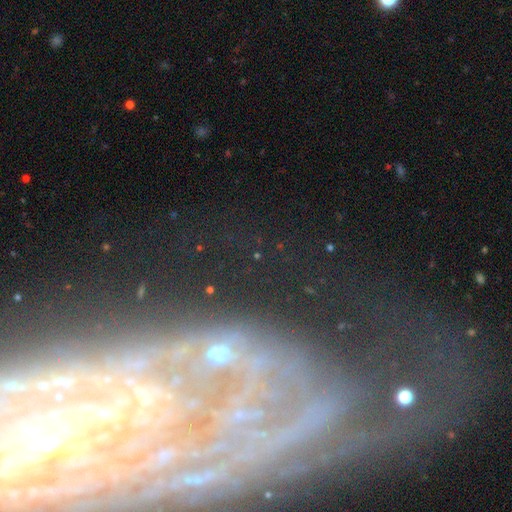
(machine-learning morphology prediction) Smooth or featured? featured or disk (67%)
Edge-on disk? no (89%)
Bar? no (57%)
Spiral arms? yes (80%)
Bulge size? small (54%)
Merging? none (61%)